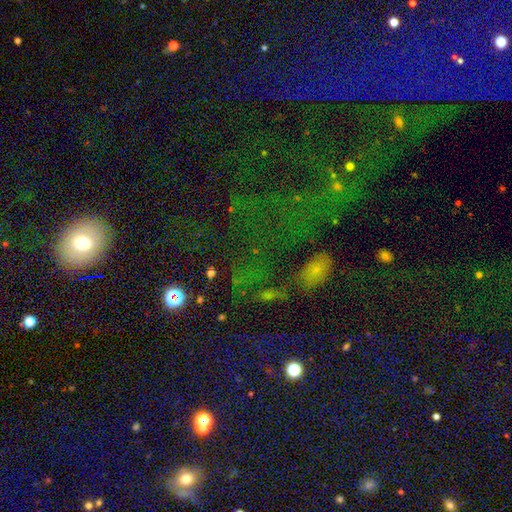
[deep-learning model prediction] The model was most divided on "smooth or featured": star or artifact: 52%, smooth: 33%, featured or disk: 15%.